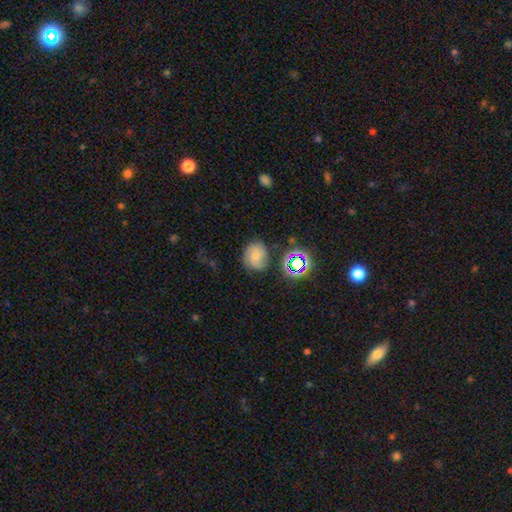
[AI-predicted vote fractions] Morphology: type=smooth (49%); merging=none (70%).